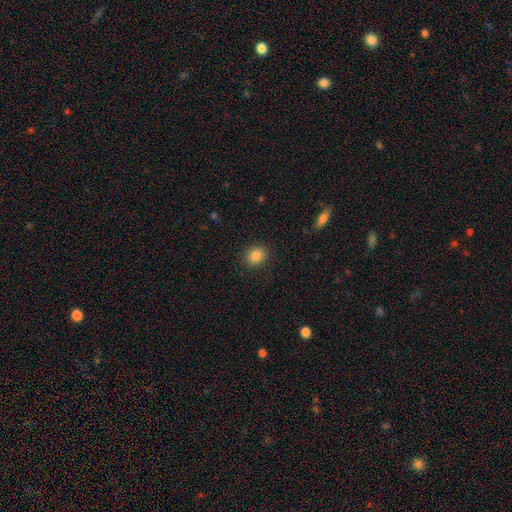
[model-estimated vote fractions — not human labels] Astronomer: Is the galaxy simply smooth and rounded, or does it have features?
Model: smooth — 85%.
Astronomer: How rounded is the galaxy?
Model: round — 69%.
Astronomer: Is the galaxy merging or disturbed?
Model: none — 89%.